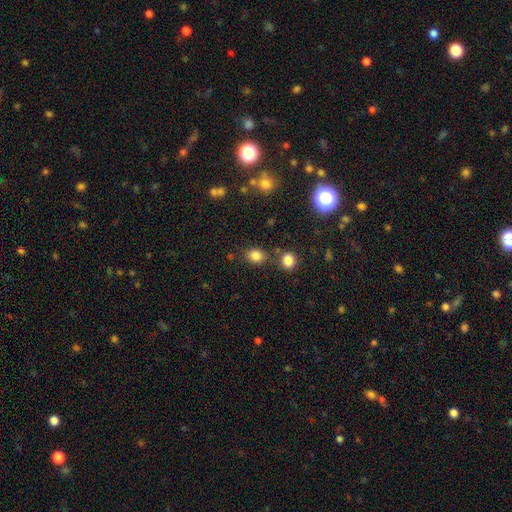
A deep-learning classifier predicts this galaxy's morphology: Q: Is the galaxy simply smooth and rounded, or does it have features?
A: smooth — 82%.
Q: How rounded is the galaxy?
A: round — 53%.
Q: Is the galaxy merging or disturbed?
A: none — 74%.